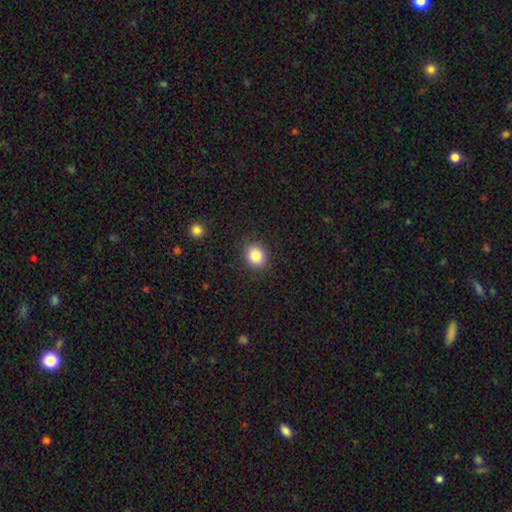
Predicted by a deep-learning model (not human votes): The model was most divided on "how rounded": round: 73%, in between: 26%, cigar-shaped: 1%. More confident: merging — none (89%); smooth or featured — smooth (84%).